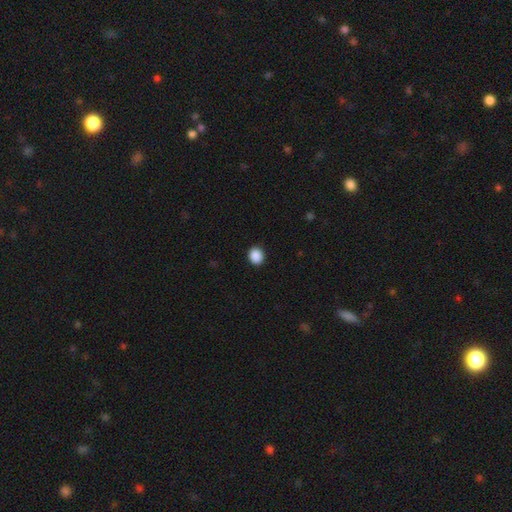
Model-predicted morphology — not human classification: type=smooth (89%); roundness=round (70%); merging=none (91%).